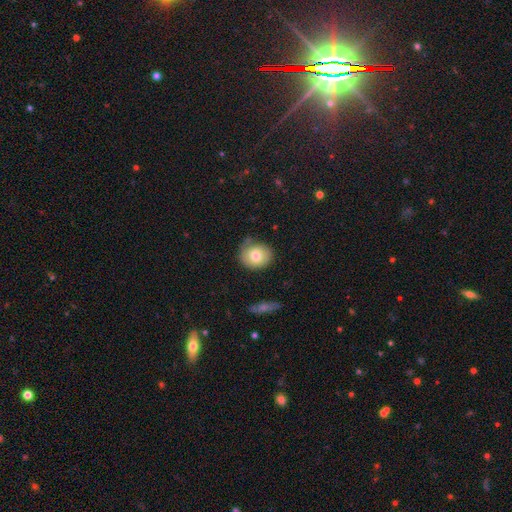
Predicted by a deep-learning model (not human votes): Q: Smooth or featured?
A: smooth (78%); runner-up: featured or disk (15%)
Q: How rounded?
A: round (68%); runner-up: in between (31%)
Q: Merging?
A: none (66%); runner-up: minor disturbance (24%)